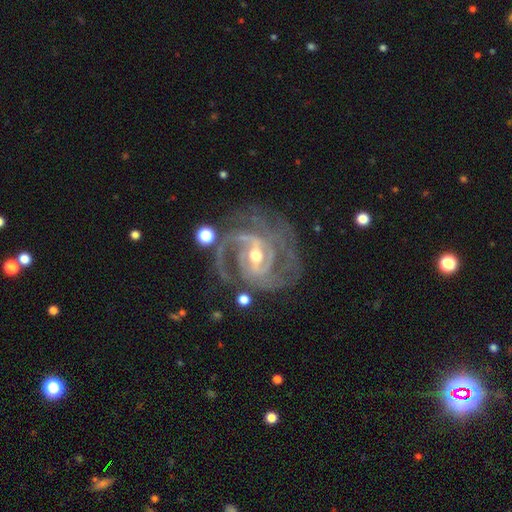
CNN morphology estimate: Q: Smooth or featured?
A: featured or disk (93%); runner-up: star or artifact (5%)
Q: Edge-on disk?
A: no (98%); runner-up: yes (2%)
Q: Bar?
A: weak (44%); runner-up: strong (42%)
Q: Spiral arms?
A: yes (98%); runner-up: no (2%)
Q: Spiral winding?
A: tight (50%); runner-up: medium (43%)
Q: Spiral arm count?
A: 2 (36%); runner-up: 3 (32%)
Q: Bulge size?
A: moderate (57%); runner-up: small (39%)
Q: Merging?
A: none (66%); runner-up: minor disturbance (18%)